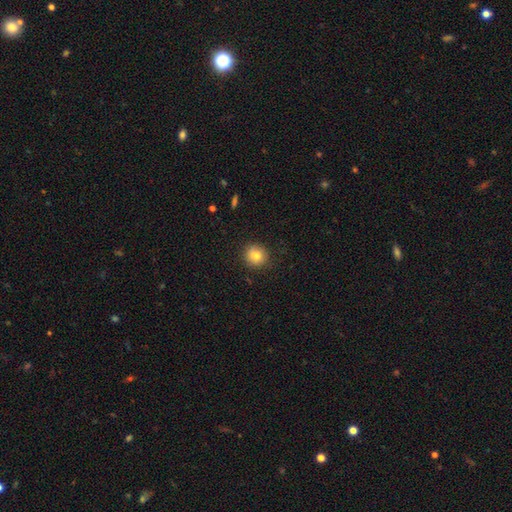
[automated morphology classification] Overall: smooth (81%). How rounded: round (90%). Merging: none (88%).